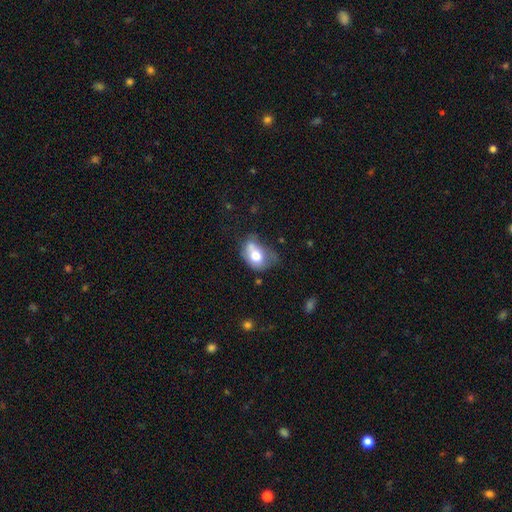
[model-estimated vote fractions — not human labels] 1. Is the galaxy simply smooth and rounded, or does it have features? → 66% smooth, 26% featured or disk, 9% star or artifact.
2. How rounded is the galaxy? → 72% in between, 26% round, 1% cigar-shaped.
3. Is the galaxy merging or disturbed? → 32% minor disturbance, 26% none, 21% major disturbance, 20% merger.